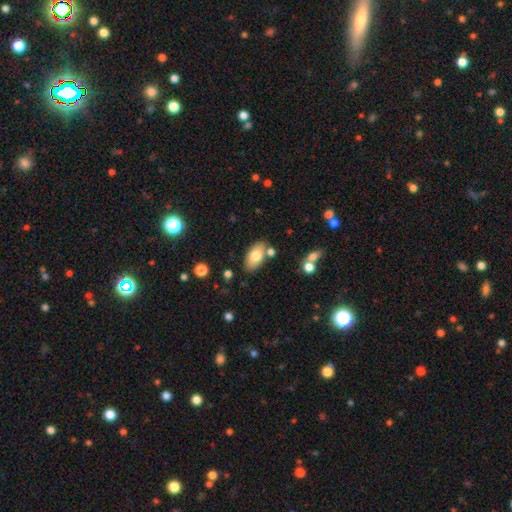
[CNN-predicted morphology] A smooth galaxy with no disk features (76%) that is in between round and cigar-shaped (93%).

Vote fractions:
- Smooth or featured? smooth: 76% / featured or disk: 17% / star or artifact: 7%
- How rounded? in between: 93% / round: 4% / cigar-shaped: 3%
- Merging? none: 78% / minor disturbance: 12% / merger: 7% / major disturbance: 3%